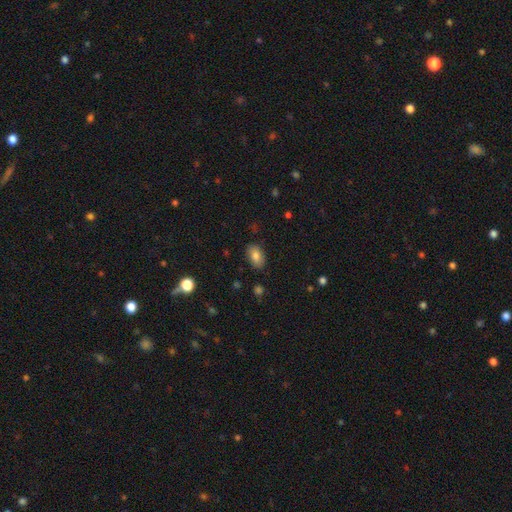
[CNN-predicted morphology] smooth 82%, featured or disk 10%, star or artifact 8%. Down the decision tree: how rounded — in between (90%); merging — none (85%).